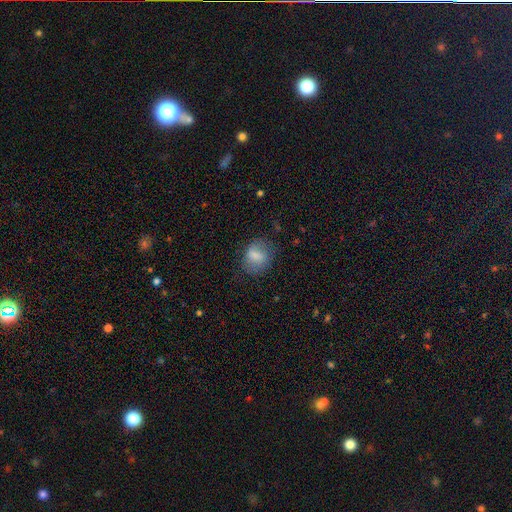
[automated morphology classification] Smooth or featured: smooth — 74% (featured or disk — 19%)
How rounded: round — 50% (in between — 49%)
Merging: none — 68% (minor disturbance — 21%)